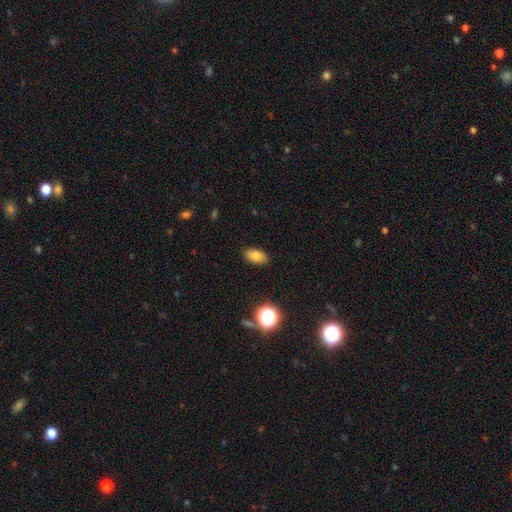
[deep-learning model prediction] This is likely a smooth galaxy (79%). How rounded: clearly in between (90%). Merging: clearly none (87%).